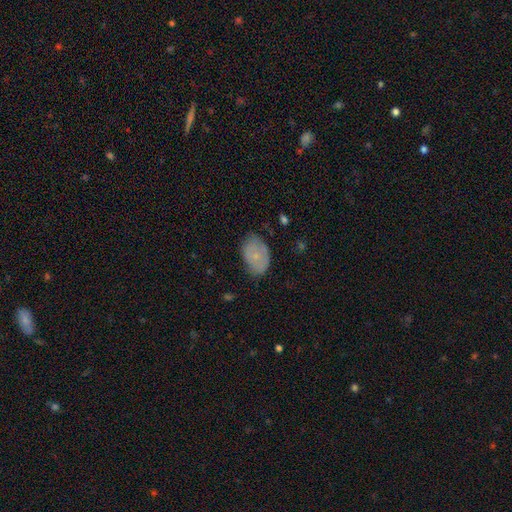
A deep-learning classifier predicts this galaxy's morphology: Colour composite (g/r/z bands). It shows a smooth galaxy with no disk features (67%) that is in between round and cigar-shaped (85%). Merging: none (70%).